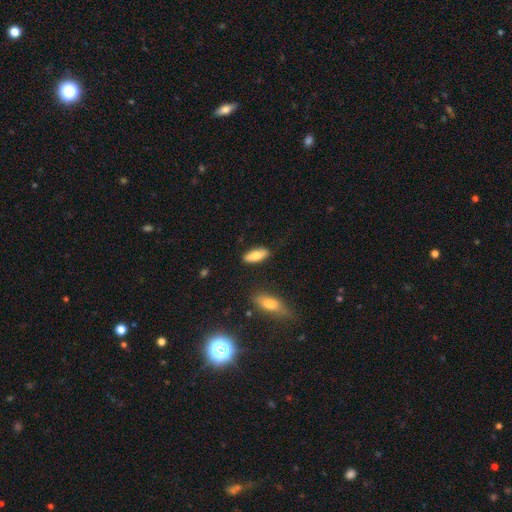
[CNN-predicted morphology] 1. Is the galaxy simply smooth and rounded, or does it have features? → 80% smooth, 14% featured or disk, 6% star or artifact.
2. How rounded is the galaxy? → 77% in between, 21% cigar-shaped, 2% round.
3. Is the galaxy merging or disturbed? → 86% none, 9% minor disturbance, 2% merger, 2% major disturbance.